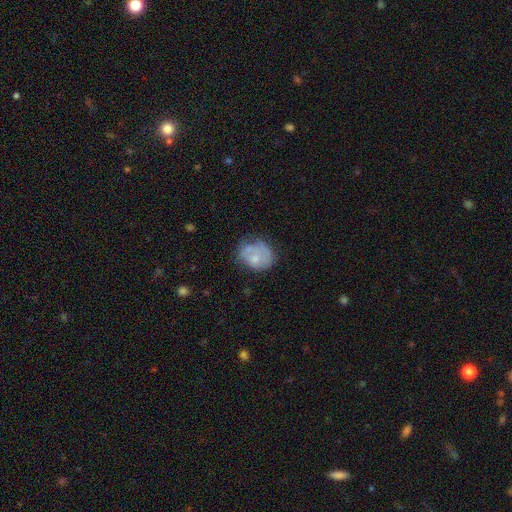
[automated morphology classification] A smooth galaxy with no disk features (56%) that is round (58%).

Vote fractions:
- Smooth or featured? smooth: 56% / featured or disk: 36% / star or artifact: 8%
- How rounded? round: 58% / in between: 42% / cigar-shaped: 1%
- Merging? none: 44% / minor disturbance: 29% / major disturbance: 18% / merger: 9%